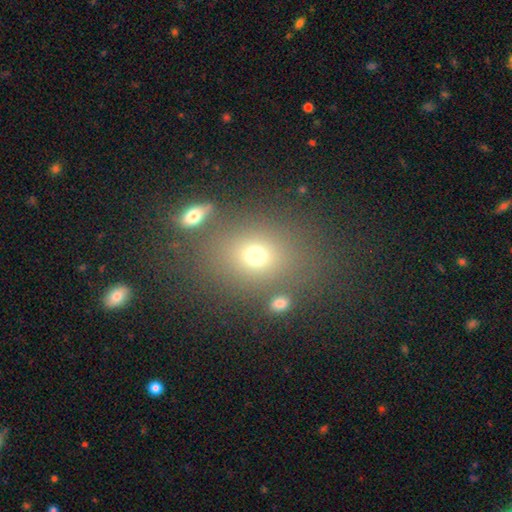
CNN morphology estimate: Smooth or featured?
  - smooth: 70% *
  - star or artifact: 18%
  - featured or disk: 13%
How rounded?
  - in between: 51% *
  - round: 48%
  - cigar-shaped: 1%
Merging?
  - none: 71% *
  - minor disturbance: 12%
  - merger: 10%
  - major disturbance: 6%